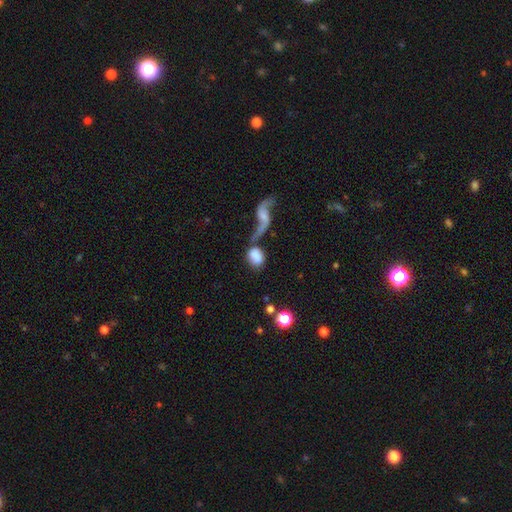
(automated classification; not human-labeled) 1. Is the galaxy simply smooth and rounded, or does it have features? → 71% smooth, 21% featured or disk, 9% star or artifact.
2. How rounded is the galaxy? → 75% in between, 21% round, 3% cigar-shaped.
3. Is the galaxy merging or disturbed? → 51% merger, 24% none, 14% major disturbance, 11% minor disturbance.